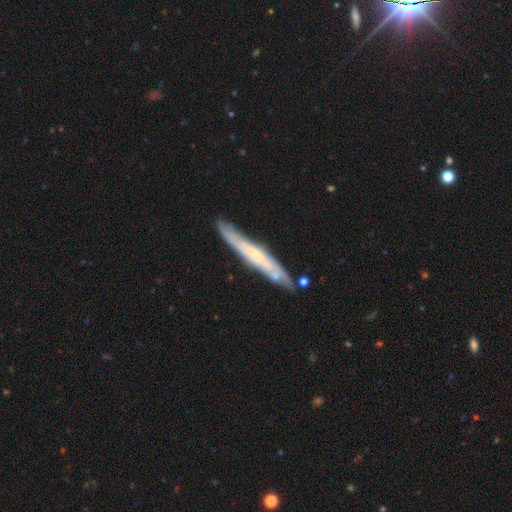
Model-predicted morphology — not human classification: Smooth or featured? featured or disk (63%)
Edge-on disk? yes (78%)
Merging? none (81%)